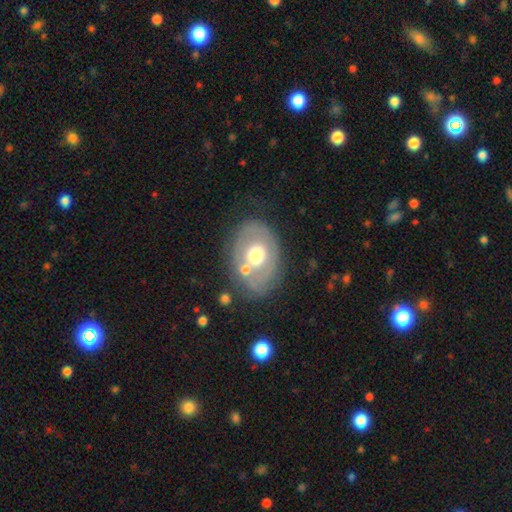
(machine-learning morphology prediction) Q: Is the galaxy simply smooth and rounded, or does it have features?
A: featured or disk — 49%.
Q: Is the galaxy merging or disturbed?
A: none — 66%.